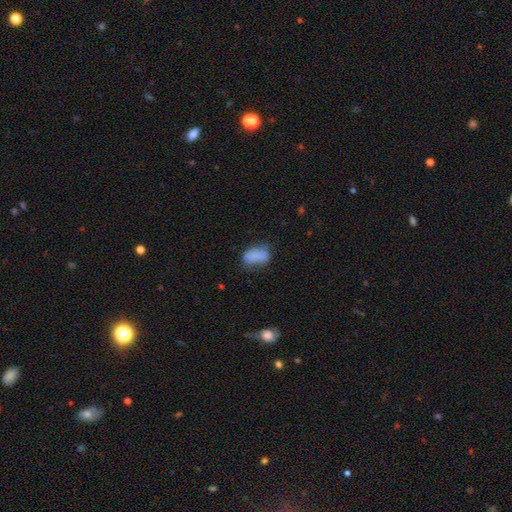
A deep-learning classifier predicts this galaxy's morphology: A smooth galaxy with no disk features (78%) that is in between round and cigar-shaped (88%).

Vote fractions:
- Smooth or featured? smooth: 78% / featured or disk: 12% / star or artifact: 10%
- How rounded? in between: 88% / cigar-shaped: 7% / round: 5%
- Merging? none: 49% / minor disturbance: 30% / major disturbance: 15% / merger: 6%